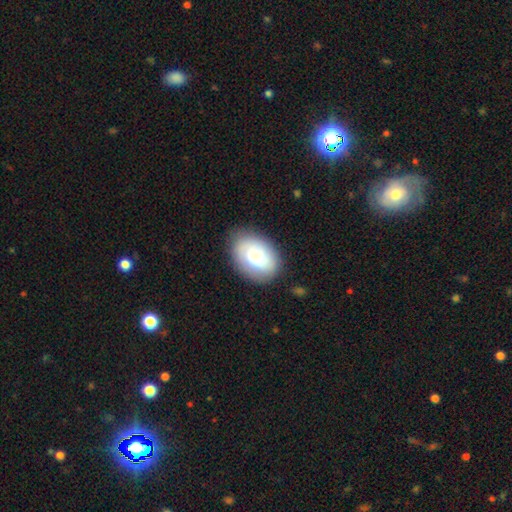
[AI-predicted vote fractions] Smooth or featured: smooth — 67% (featured or disk — 26%)
How rounded: in between — 81% (round — 18%)
Merging: none — 79% (minor disturbance — 15%)